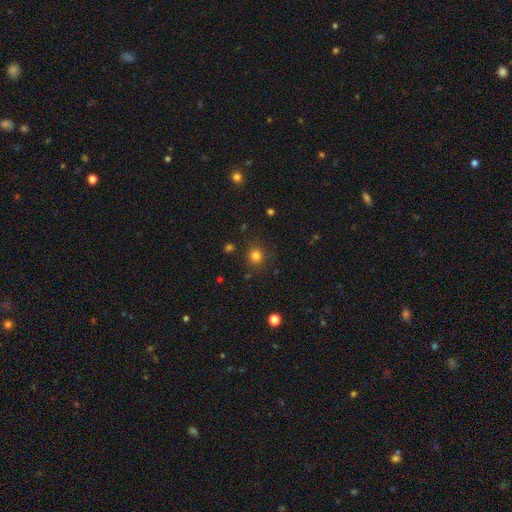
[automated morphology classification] smooth 80%, star or artifact 15%, featured or disk 5%. Down the decision tree: how rounded — round (91%); merging — none (87%).